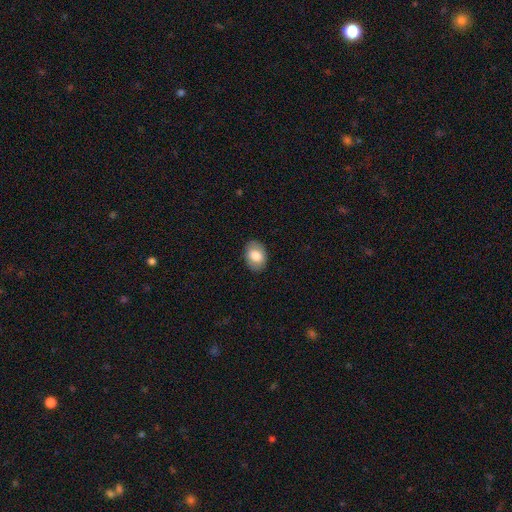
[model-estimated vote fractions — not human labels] Overall: smooth (80%). How rounded: in between (80%). Merging: none (87%).